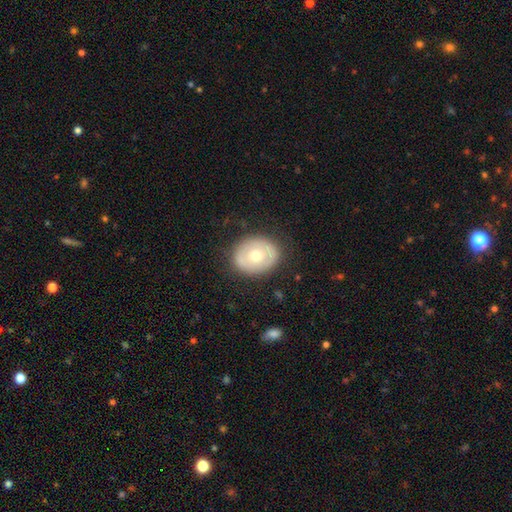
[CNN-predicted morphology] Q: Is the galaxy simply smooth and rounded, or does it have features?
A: smooth — 52%.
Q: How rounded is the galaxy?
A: round — 53%.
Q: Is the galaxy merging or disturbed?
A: none — 82%.